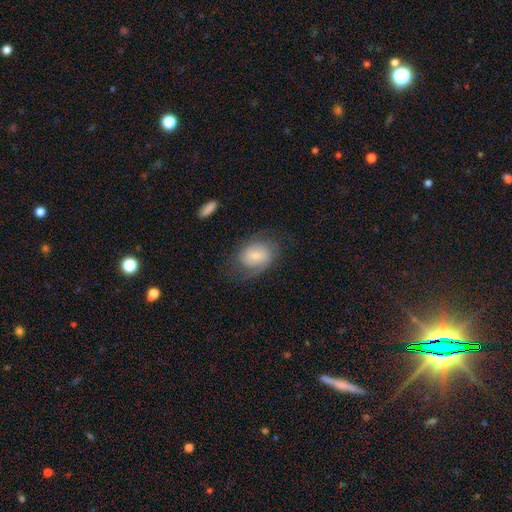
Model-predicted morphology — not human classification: This is possibly a smooth galaxy (56%). How rounded: likely in between (70%). Merging: possibly none (59%).